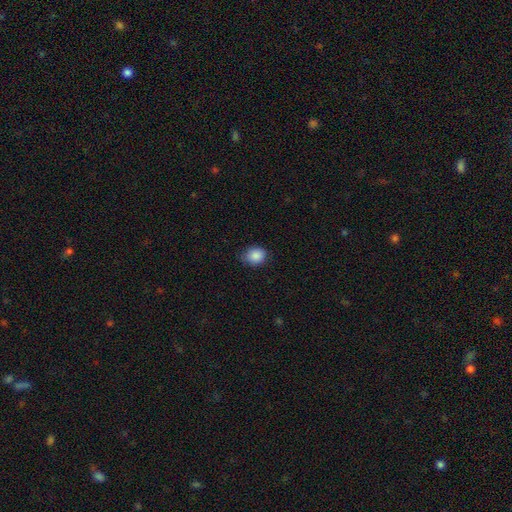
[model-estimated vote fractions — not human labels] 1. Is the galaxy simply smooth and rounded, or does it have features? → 88% smooth, 9% star or artifact, 4% featured or disk.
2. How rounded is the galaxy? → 63% round, 36% in between, 1% cigar-shaped.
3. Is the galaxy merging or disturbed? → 77% none, 19% minor disturbance, 3% major disturbance, 1% merger.